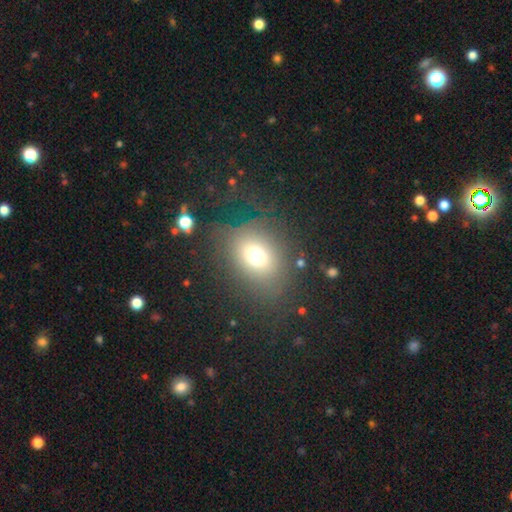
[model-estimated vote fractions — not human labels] Smooth or featured: smooth — 67% (star or artifact — 18%)
How rounded: round — 61% (in between — 38%)
Merging: none — 68% (major disturbance — 14%)